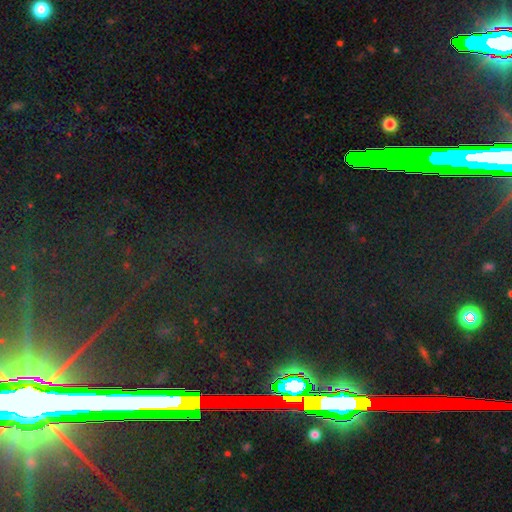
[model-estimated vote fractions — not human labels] Q: Smooth or featured?
A: star or artifact (81%); runner-up: smooth (10%)